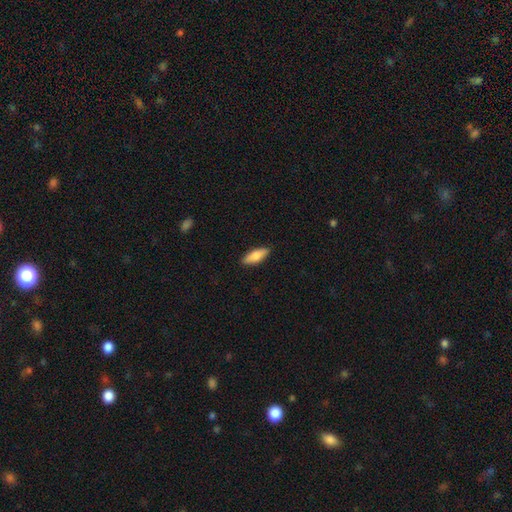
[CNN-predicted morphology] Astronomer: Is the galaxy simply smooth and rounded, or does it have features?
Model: smooth — 79%.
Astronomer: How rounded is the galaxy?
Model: in between — 69%.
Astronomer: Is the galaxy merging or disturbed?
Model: none — 89%.